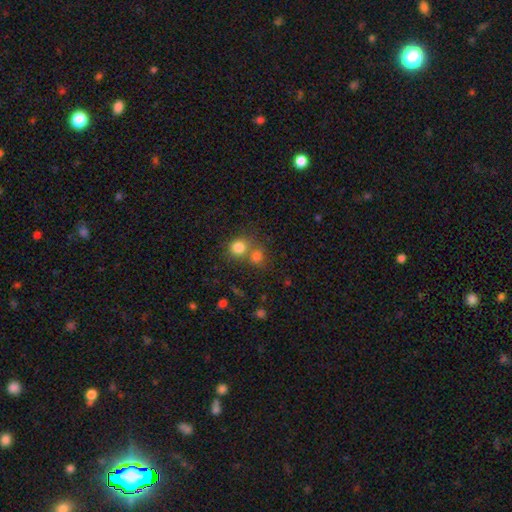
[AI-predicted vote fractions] This is likely a smooth galaxy (71%). How rounded: clearly round (82%). Merging: possibly none (52%).